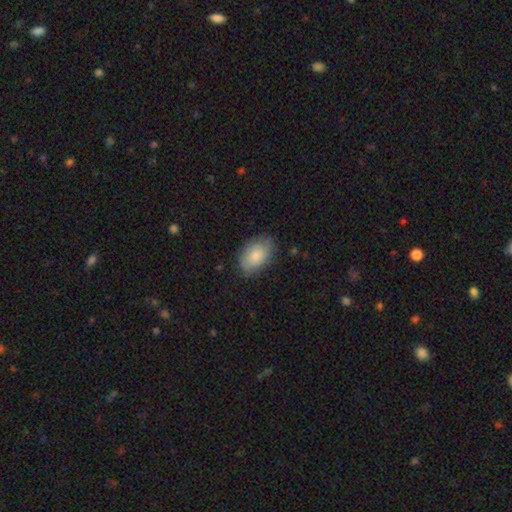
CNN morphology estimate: Overall: smooth (78%). How rounded: in between (91%). Merging: none (76%).